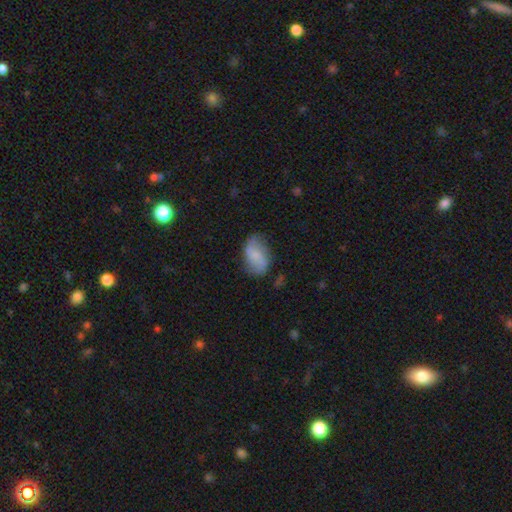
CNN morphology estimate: smooth 54%, featured or disk 38%, star or artifact 8%. Down the decision tree: how rounded — in between (90%); merging — none (67%).